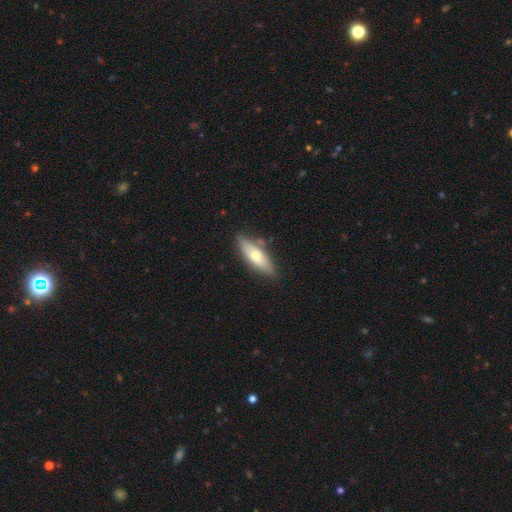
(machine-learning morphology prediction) A smooth galaxy with no disk features (59%) that is in between round and cigar-shaped (60%). Merging: none (78%).